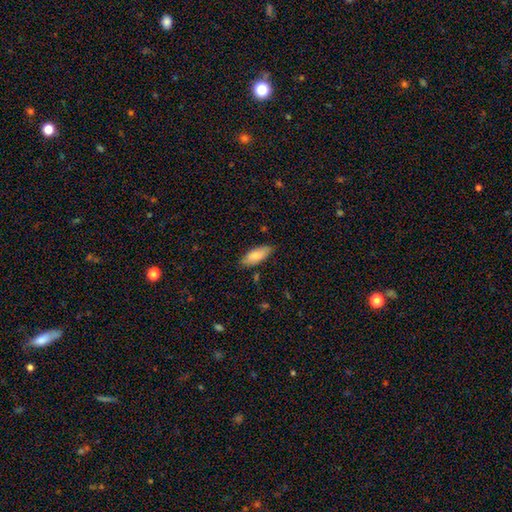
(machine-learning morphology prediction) A smooth galaxy with no disk features (83%) that is in between round and cigar-shaped (81%).

Vote fractions:
- Smooth or featured? smooth: 83% / featured or disk: 11% / star or artifact: 6%
- How rounded? in between: 81% / cigar-shaped: 17% / round: 2%
- Merging? none: 80% / minor disturbance: 16% / major disturbance: 3% / merger: 1%